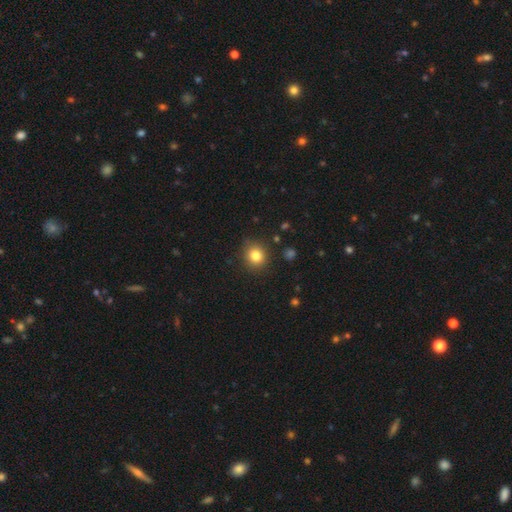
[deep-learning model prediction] Smooth or featured? smooth (82%)
How rounded? round (85%)
Merging? none (88%)